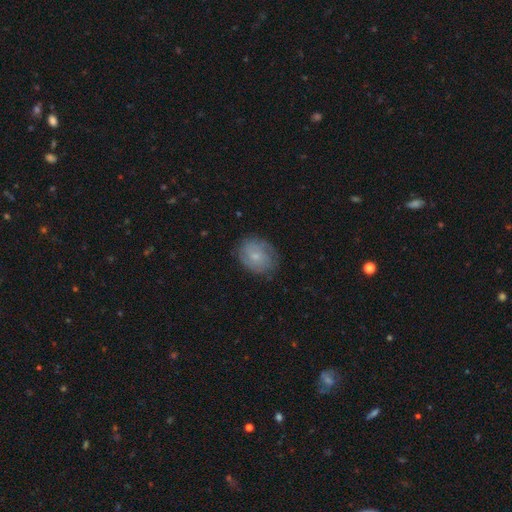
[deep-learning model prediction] smooth-or-featured: featured or disk: 47% | smooth: 44% | star or artifact: 8%
  merging: none: 76% | minor disturbance: 18% | major disturbance: 5% | merger: 1%